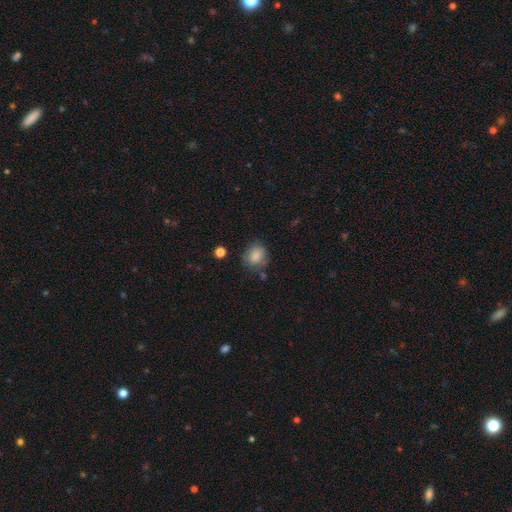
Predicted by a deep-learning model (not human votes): A smooth galaxy with no disk features (82%) that is round (58%).

Vote fractions:
- Smooth or featured? smooth: 82% / star or artifact: 9% / featured or disk: 9%
- How rounded? round: 58% / in between: 41% / cigar-shaped: 1%
- Merging? none: 67% / minor disturbance: 21% / major disturbance: 7% / merger: 4%